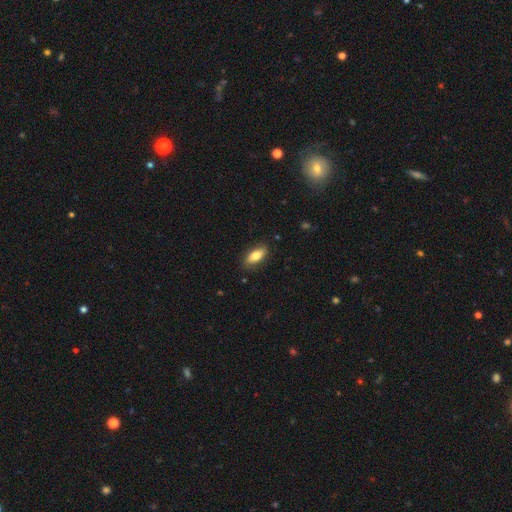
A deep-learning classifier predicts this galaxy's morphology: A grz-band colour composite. It shows a smooth galaxy with no disk features (77%) that is in between round and cigar-shaped (81%). Merging: none (84%).